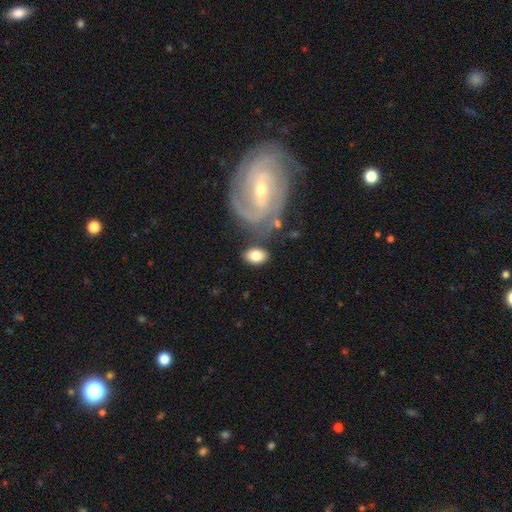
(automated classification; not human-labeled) A smooth galaxy with no disk features (76%) that is in between round and cigar-shaped (87%).

Vote fractions:
- Smooth or featured? smooth: 76% / featured or disk: 17% / star or artifact: 6%
- How rounded? in between: 87% / round: 12% / cigar-shaped: 2%
- Merging? none: 66% / minor disturbance: 16% / merger: 10% / major disturbance: 7%